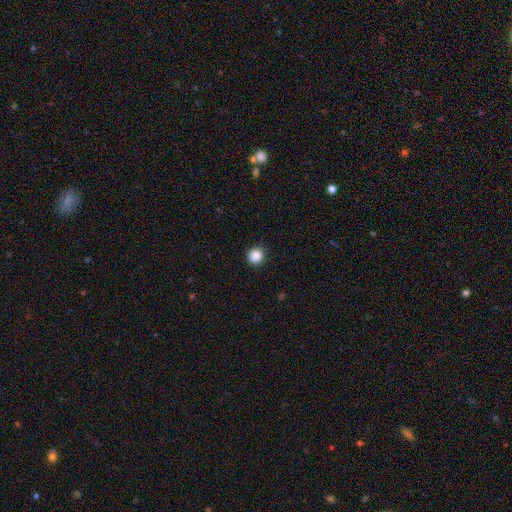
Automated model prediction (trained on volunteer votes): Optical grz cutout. It shows a smooth galaxy with no disk features (88%) that is round (92%). Merging: none (91%).